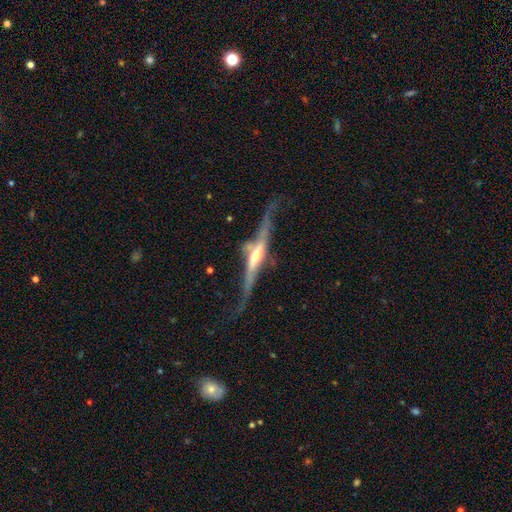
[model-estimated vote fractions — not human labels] featured or disk 82%, smooth 12%, star or artifact 6%. Down the decision tree: edge-on disk — yes (88%); edge-on bulge — rounded (71%); merging — none (48%).